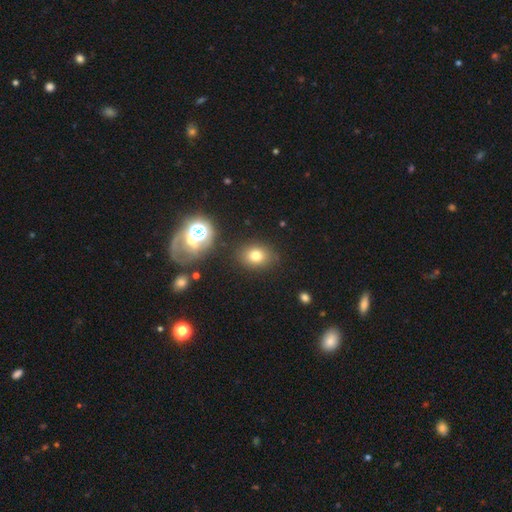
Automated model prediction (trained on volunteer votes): This appears to be a smooth galaxy with no disk features (73%) that is in between round and cigar-shaped (51%). Merging: none (83%).